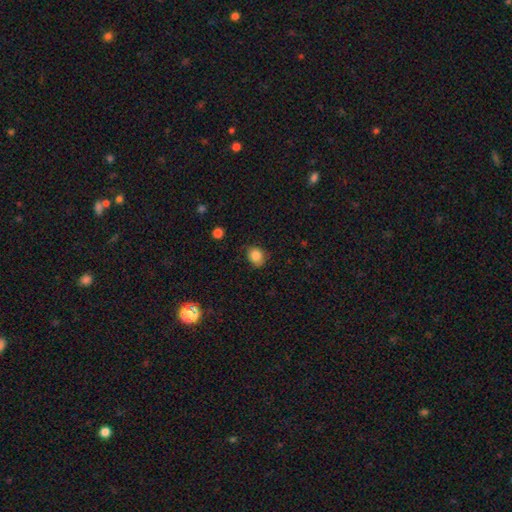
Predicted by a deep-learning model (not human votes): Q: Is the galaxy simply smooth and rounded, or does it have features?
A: smooth — 84%.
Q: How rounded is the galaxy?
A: round — 61%.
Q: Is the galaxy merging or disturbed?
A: none — 74%.